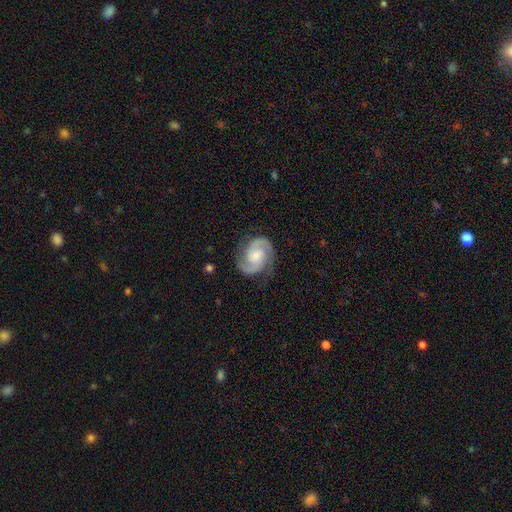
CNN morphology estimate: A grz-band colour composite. It shows a featured or disk galaxy (90%) with no bar (55%), 2 (94%) medium (53%) spiral arms (98%) and a moderate central bulge (47%). Merging: none (81%).